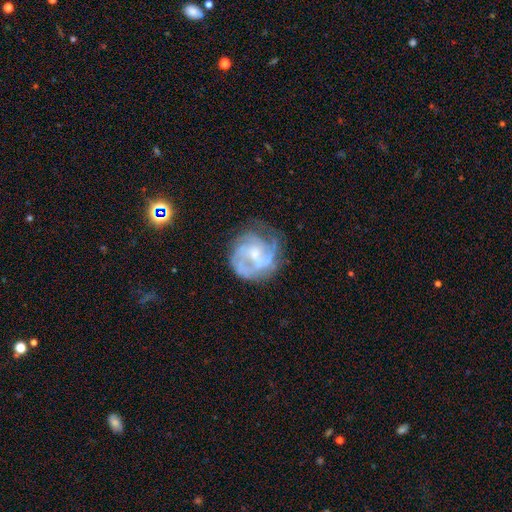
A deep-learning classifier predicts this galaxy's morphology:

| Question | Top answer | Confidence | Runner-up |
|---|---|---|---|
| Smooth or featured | featured or disk | 77% | smooth (15%) |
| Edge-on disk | no | 98% | yes (2%) |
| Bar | no | 59% | weak (34%) |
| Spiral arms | yes | 83% | no (17%) |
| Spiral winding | tight | 44% | medium (40%) |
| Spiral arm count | can't tell | 33% | 3 (26%) |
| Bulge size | small | 48% | moderate (31%) |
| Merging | none | 58% | minor disturbance (22%) |